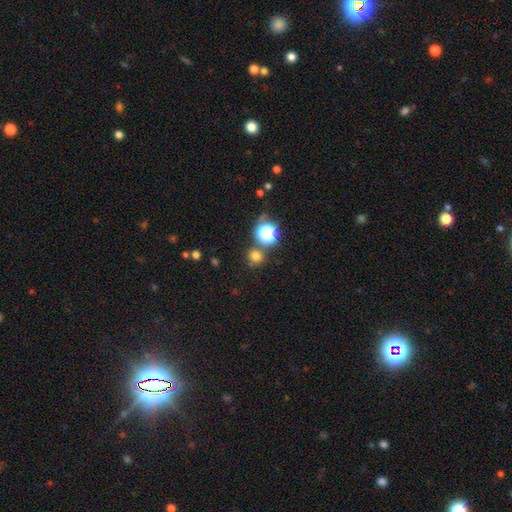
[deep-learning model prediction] Smooth or featured? smooth (69%)
How rounded? round (89%)
Merging? none (75%)